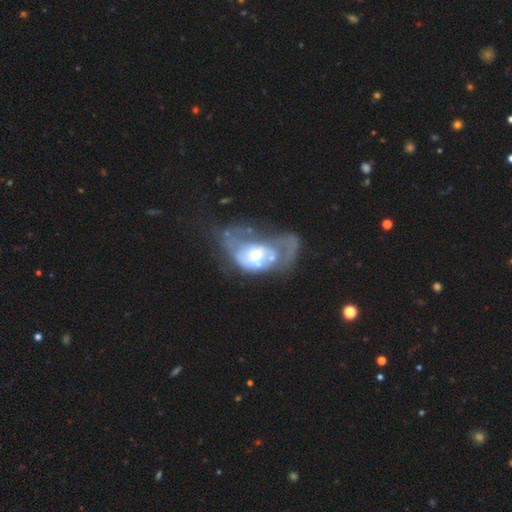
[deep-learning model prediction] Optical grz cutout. It shows a featured or disk galaxy (64%) with no bar (79%), no spiral arms (66%) and a moderate central bulge (52%). Merging: major disturbance (47%).